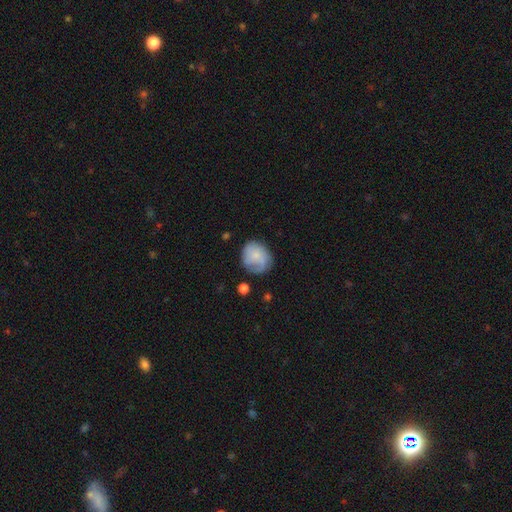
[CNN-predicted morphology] This appears to be a smooth galaxy with no disk features (63%) that is round (73%). Merging: none (59%).